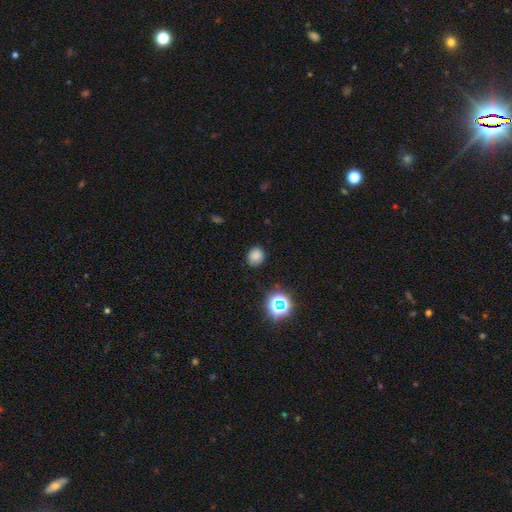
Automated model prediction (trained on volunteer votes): Smooth or featured? smooth (78%)
How rounded? round (70%)
Merging? none (83%)